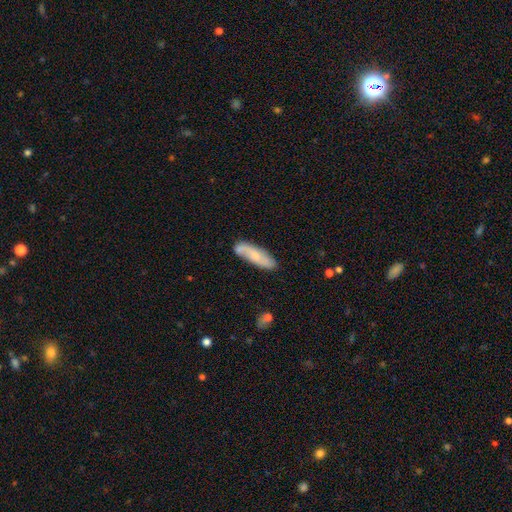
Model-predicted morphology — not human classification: Smooth or featured? Predicted: smooth (p=0.57). How rounded? Predicted: cigar-shaped (p=0.53). Merging? Predicted: none (p=0.75).